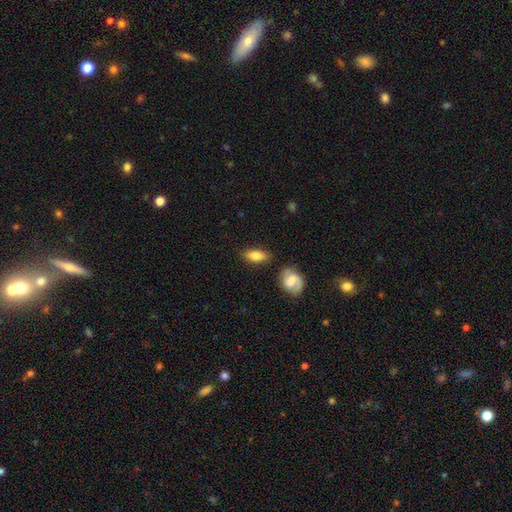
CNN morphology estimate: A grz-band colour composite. It shows a smooth galaxy with no disk features (73%) that is in between round and cigar-shaped (82%). Merging: none (80%).